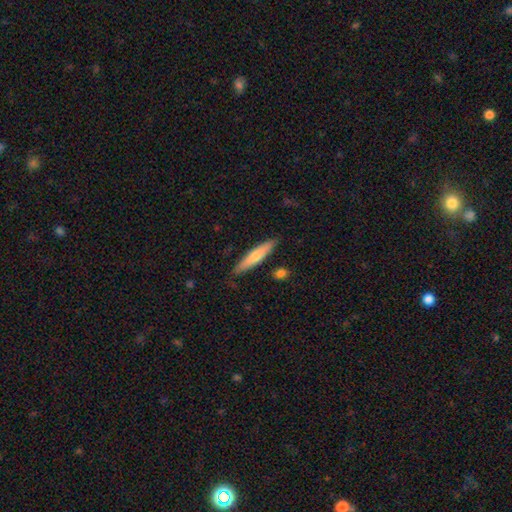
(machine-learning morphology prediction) smooth_or_featured: smooth (p=0.61) [alt: featured or disk p=0.34]
how_rounded: cigar-shaped (p=0.88) [alt: in between p=0.10]
merging: none (p=0.85) [alt: minor disturbance p=0.10]